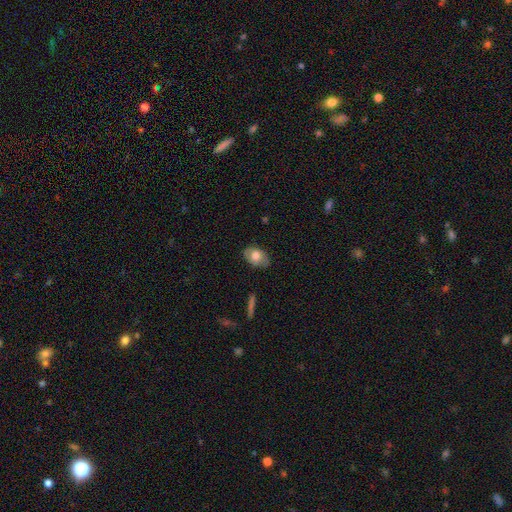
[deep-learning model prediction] The model was most divided on "smooth or featured": smooth: 68%, featured or disk: 25%, star or artifact: 7%. More confident: how rounded — in between (84%); merging — none (76%).